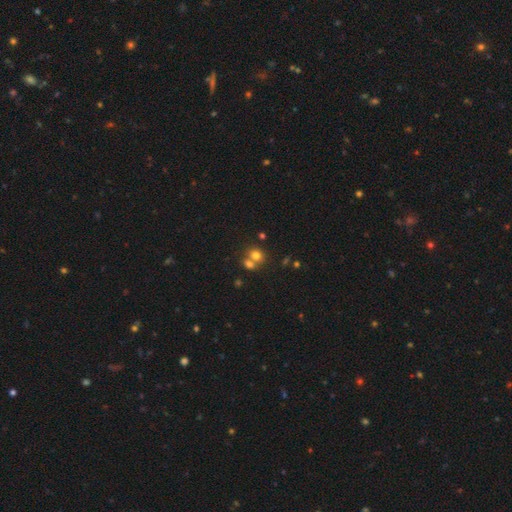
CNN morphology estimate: A smooth galaxy with no disk features (74%) that is round (70%).

Vote fractions:
- Smooth or featured? smooth: 74% / star or artifact: 14% / featured or disk: 11%
- How rounded? round: 70% / in between: 29% / cigar-shaped: 1%
- Merging? merger: 49% / none: 41% / minor disturbance: 7% / major disturbance: 3%